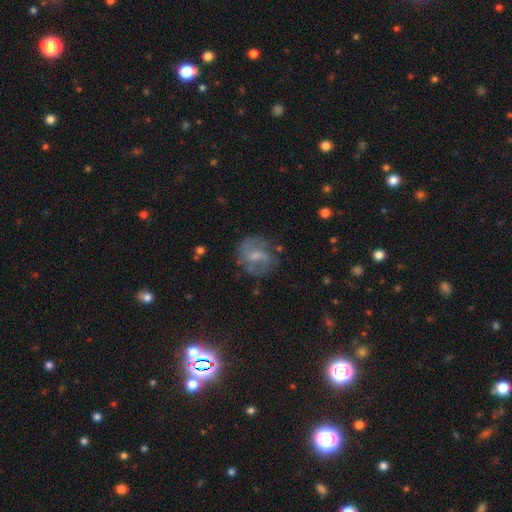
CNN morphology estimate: Smooth or featured: featured or disk — 60% (smooth — 31%)
Edge-on disk: no — 98% (yes — 2%)
Bar: weak — 49% (no — 40%)
Spiral arms: yes — 76% (no — 24%)
Bulge size: small — 52% (moderate — 28%)
Merging: none — 61% (minor disturbance — 21%)